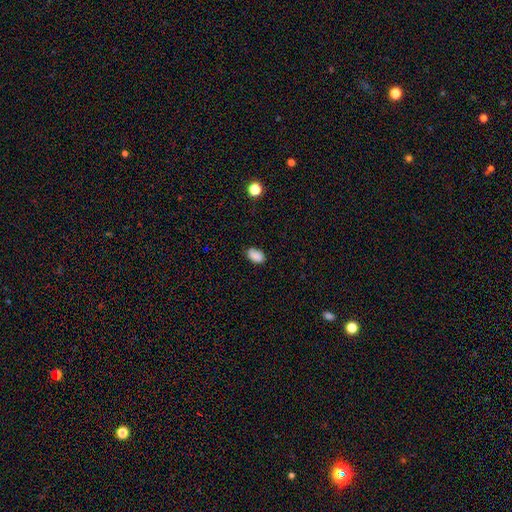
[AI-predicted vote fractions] Morphology: type=smooth (86%); roundness=in between (90%); merging=none (78%).